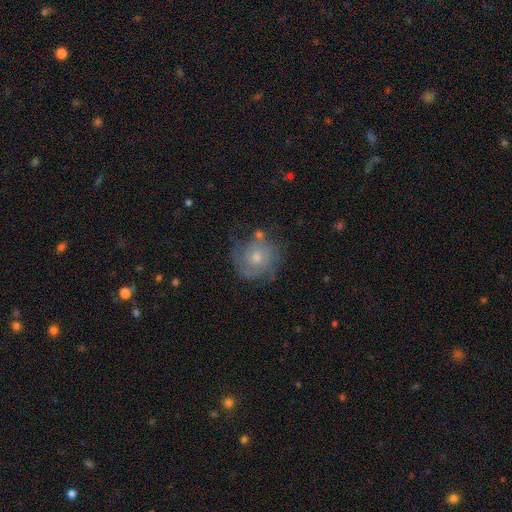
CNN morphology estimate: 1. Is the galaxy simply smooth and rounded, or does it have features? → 62% featured or disk, 27% smooth, 11% star or artifact.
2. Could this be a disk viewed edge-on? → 97% no, 3% yes.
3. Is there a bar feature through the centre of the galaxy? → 82% no, 16% weak, 2% strong.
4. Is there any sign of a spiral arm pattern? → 83% yes, 17% no.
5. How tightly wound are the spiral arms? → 60% tight, 29% medium, 10% loose.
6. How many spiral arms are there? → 45% can't tell, 21% 2, 17% 3, 7% 4, 6% 1, 4% more than 4.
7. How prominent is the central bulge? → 56% moderate, 38% small, 3% large, 2% none, 1% dominant.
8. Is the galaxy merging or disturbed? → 68% none, 19% minor disturbance, 9% major disturbance, 4% merger.